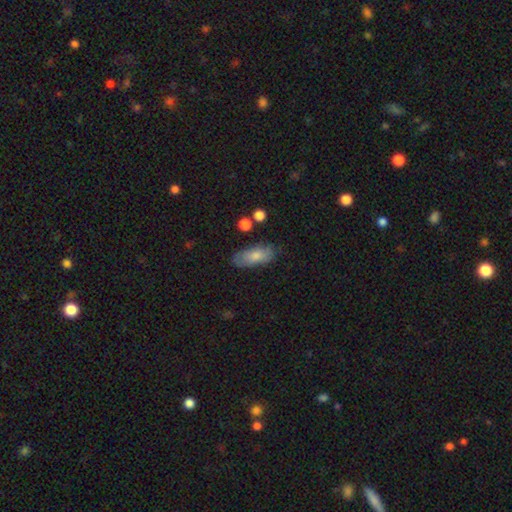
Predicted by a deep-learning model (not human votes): Smooth or featured? Predicted: smooth (p=0.77). How rounded? Predicted: in between (p=0.83). Merging? Predicted: none (p=0.71).